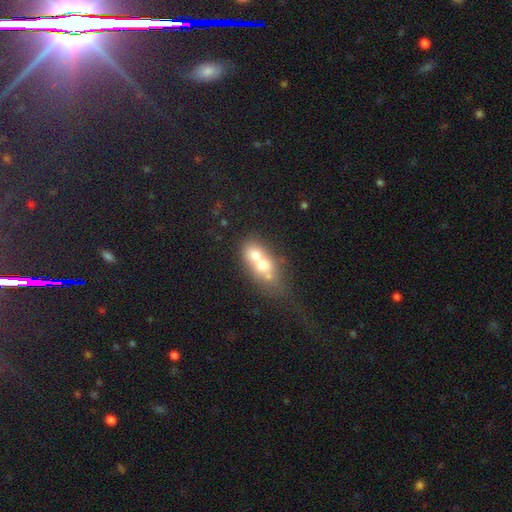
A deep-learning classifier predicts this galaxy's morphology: Q: Smooth or featured?
A: smooth (58%); runner-up: featured or disk (32%)
Q: How rounded?
A: in between (56%); runner-up: round (39%)
Q: Merging?
A: merger (75%); runner-up: none (15%)